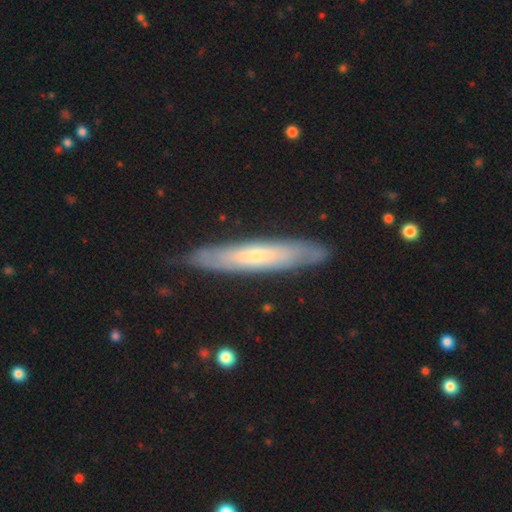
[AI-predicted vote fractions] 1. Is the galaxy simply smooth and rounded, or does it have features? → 60% featured or disk, 35% smooth, 6% star or artifact.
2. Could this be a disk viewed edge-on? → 62% yes, 38% no.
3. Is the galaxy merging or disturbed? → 86% none, 11% minor disturbance, 2% major disturbance, 1% merger.